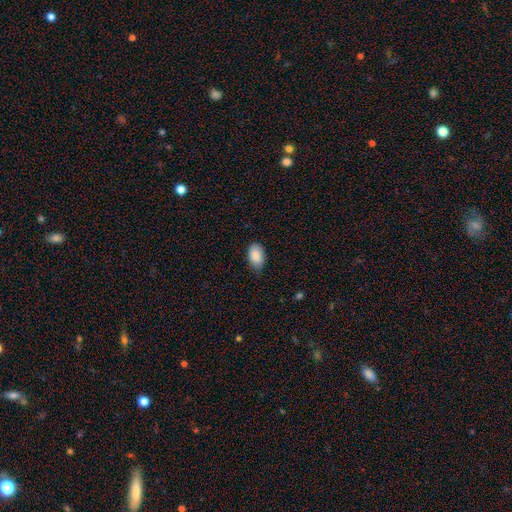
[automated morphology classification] smooth-or-featured: smooth: 88% | star or artifact: 6% | featured or disk: 6%
  how-rounded: in between: 92% | round: 6% | cigar-shaped: 1%
  merging: none: 78% | minor disturbance: 18% | major disturbance: 3% | merger: 1%